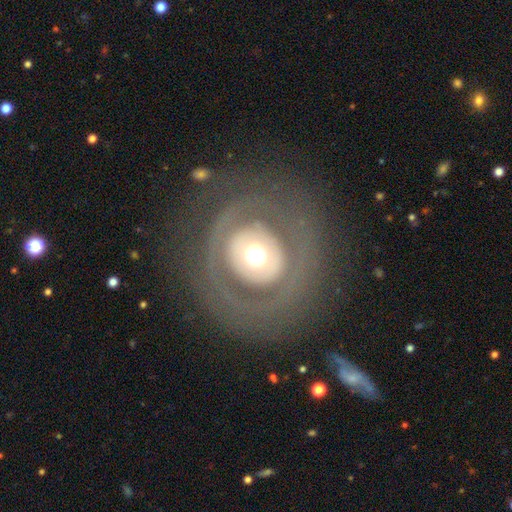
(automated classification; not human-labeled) smooth-or-featured: featured or disk: 54% | smooth: 37% | star or artifact: 9%
  disk-edge-on: no: 95% | yes: 5%
    bar: no: 91% | weak: 6% | strong: 3%
    has-spiral-arms: no: 80% | yes: 20%
    bulge-size: moderate: 50% | large: 35% | dominant: 9% | small: 5% | none: 1%
  merging: none: 79% | major disturbance: 10% | minor disturbance: 9% | merger: 1%